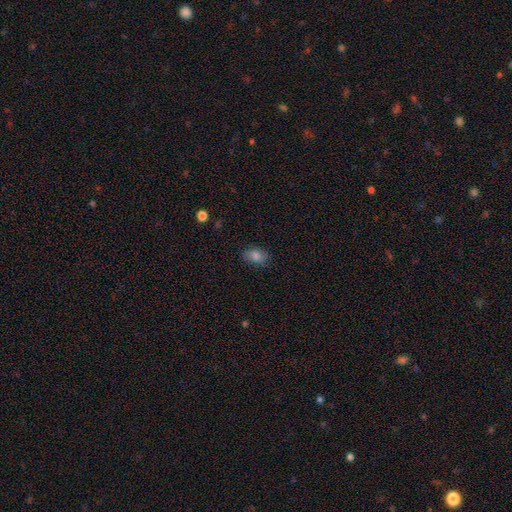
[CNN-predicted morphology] The model was most divided on "merging": none: 80%, minor disturbance: 15%, major disturbance: 3%, merger: 1%. More confident: smooth or featured — smooth (83%); how rounded — in between (82%).